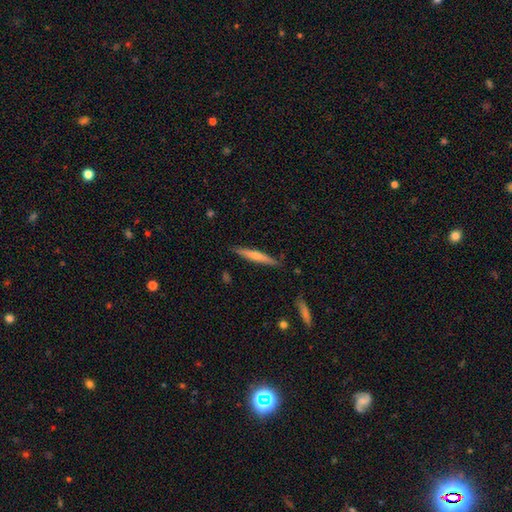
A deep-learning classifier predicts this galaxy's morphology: Smooth or featured?
  - smooth: 55% *
  - featured or disk: 39%
  - star or artifact: 6%
How rounded?
  - cigar-shaped: 93% *
  - in between: 5%
  - round: 1%
Merging?
  - none: 86% *
  - minor disturbance: 10%
  - major disturbance: 2%
  - merger: 1%